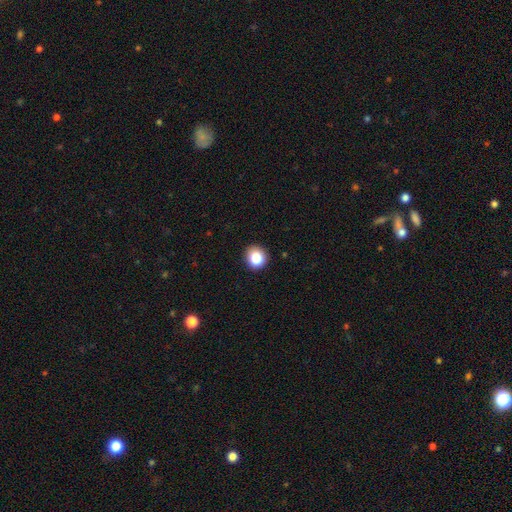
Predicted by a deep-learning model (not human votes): Smooth or featured? Predicted: smooth (p=0.83). How rounded? Predicted: round (p=0.80). Merging? Predicted: none (p=0.90).